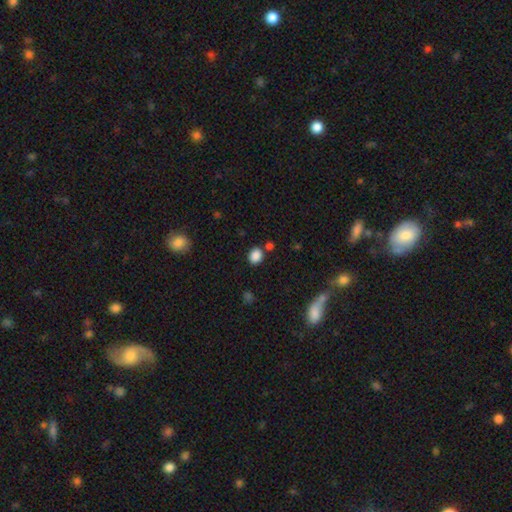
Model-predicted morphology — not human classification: Smooth or featured?
  - smooth: 86% *
  - star or artifact: 10%
  - featured or disk: 4%
How rounded?
  - round: 56% *
  - in between: 43%
  - cigar-shaped: 1%
Merging?
  - none: 76% *
  - minor disturbance: 11%
  - merger: 10%
  - major disturbance: 3%